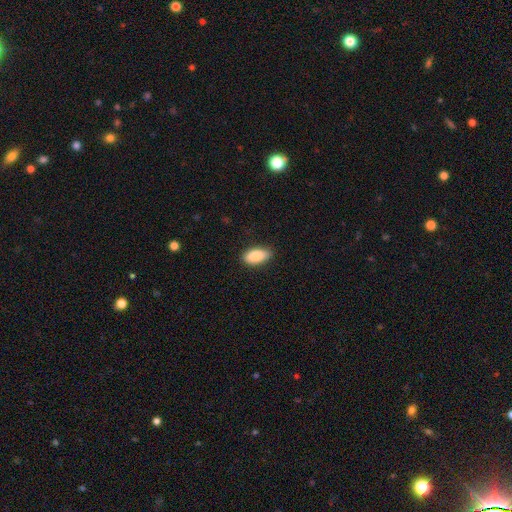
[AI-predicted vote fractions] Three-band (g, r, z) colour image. It shows a smooth galaxy with no disk features (87%) that is in between round and cigar-shaped (92%). Merging: none (83%).